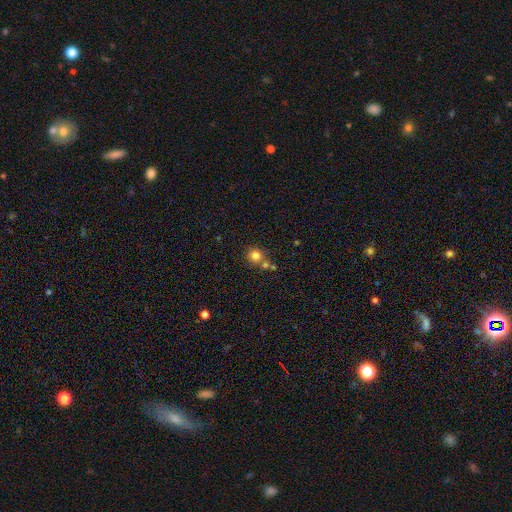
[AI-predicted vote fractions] smooth_or_featured: smooth (p=0.79) [alt: star or artifact p=0.13]
how_rounded: round (p=0.87) [alt: in between p=0.12]
merging: none (p=0.63) [alt: merger p=0.24]